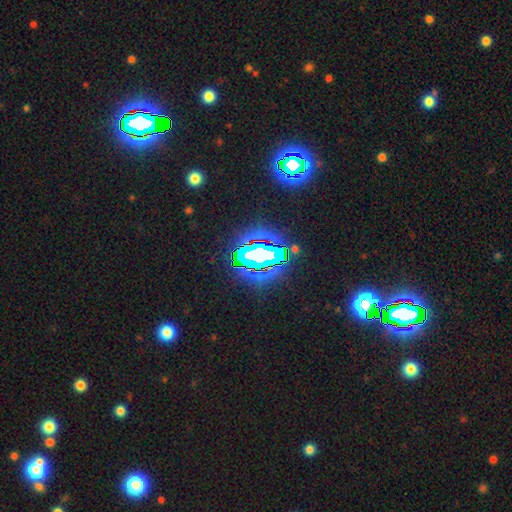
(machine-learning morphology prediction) Smooth or featured: star or artifact — 70% (smooth — 16%)